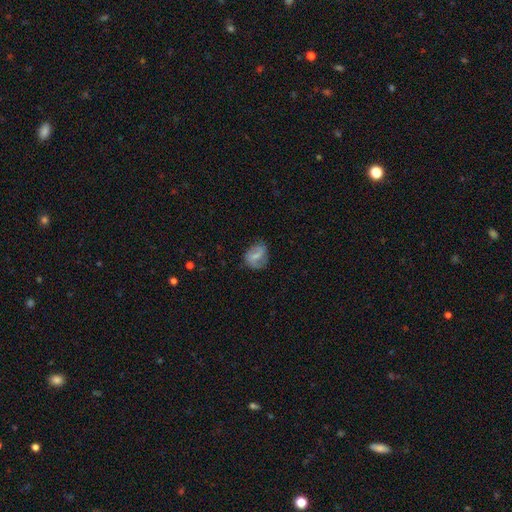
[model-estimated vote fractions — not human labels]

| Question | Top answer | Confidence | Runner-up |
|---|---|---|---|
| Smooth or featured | smooth | 46% | tied: featured or disk (46%) |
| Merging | none | 59% | minor disturbance (26%) |